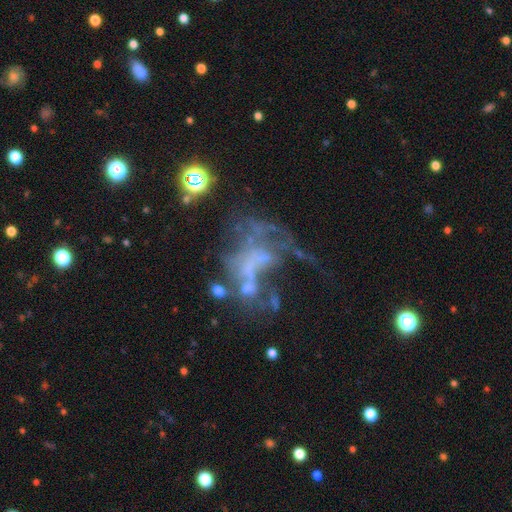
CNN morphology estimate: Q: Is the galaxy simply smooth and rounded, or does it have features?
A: featured or disk — 57%.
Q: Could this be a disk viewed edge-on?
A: no — 96%.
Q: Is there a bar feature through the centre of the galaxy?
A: no — 85%.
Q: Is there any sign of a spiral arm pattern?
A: no — 77%.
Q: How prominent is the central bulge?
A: none — 74%.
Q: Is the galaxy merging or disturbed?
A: major disturbance — 47%.